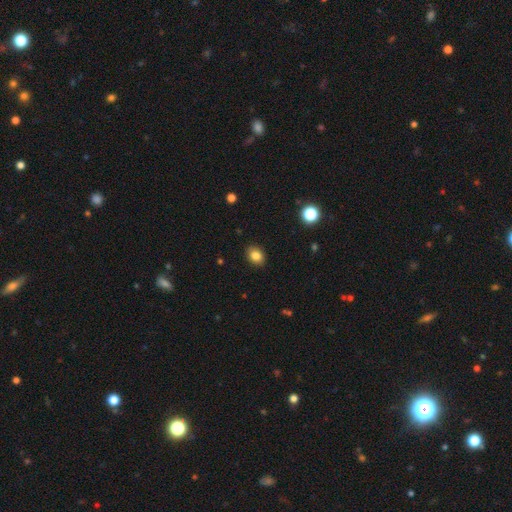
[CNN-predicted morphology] smooth-or-featured: smooth: 84% | star or artifact: 10% | featured or disk: 5%
  how-rounded: in between: 59% | round: 40% | cigar-shaped: 1%
  merging: none: 89% | minor disturbance: 8% | major disturbance: 2% | merger: 1%